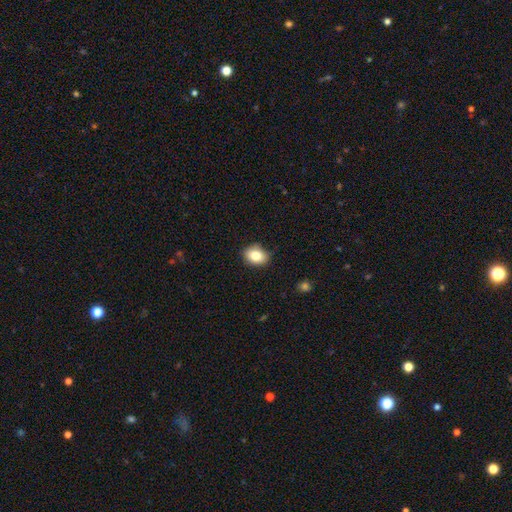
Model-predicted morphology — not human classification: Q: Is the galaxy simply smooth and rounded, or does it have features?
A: smooth — 81%.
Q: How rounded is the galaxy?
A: in between — 56%.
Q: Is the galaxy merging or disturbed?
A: none — 84%.